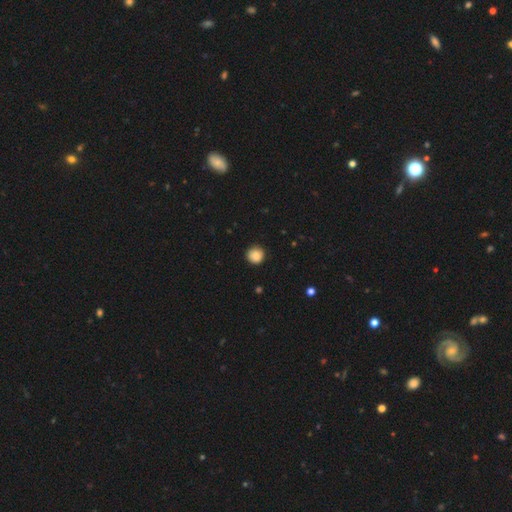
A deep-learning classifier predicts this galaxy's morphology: smooth_or_featured: smooth (p=0.87) [alt: star or artifact p=0.09]
how_rounded: round (p=0.94) [alt: in between p=0.05]
merging: none (p=0.89) [alt: minor disturbance p=0.08]